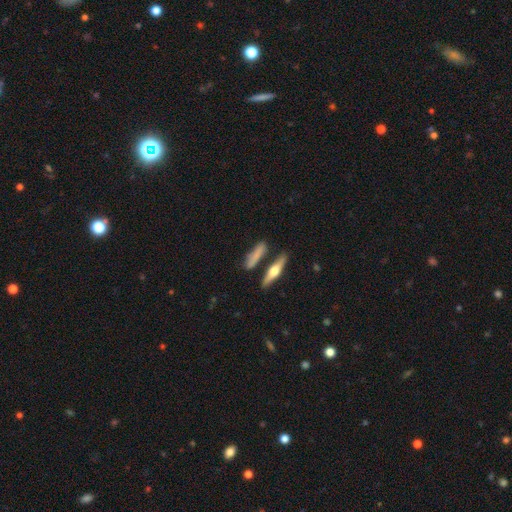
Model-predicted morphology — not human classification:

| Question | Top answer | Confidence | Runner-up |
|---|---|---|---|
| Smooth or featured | smooth | 60% | featured or disk (32%) |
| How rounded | cigar-shaped | 73% | in between (22%) |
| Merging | none | 71% | minor disturbance (15%) |